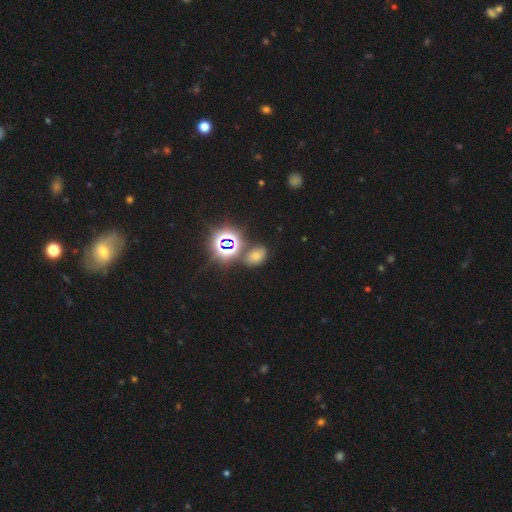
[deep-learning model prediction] smooth-or-featured: smooth: 51% | star or artifact: 38% | featured or disk: 11%
  how-rounded: in between: 70% | round: 28% | cigar-shaped: 1%
  merging: none: 67% | minor disturbance: 16% | merger: 10% | major disturbance: 6%